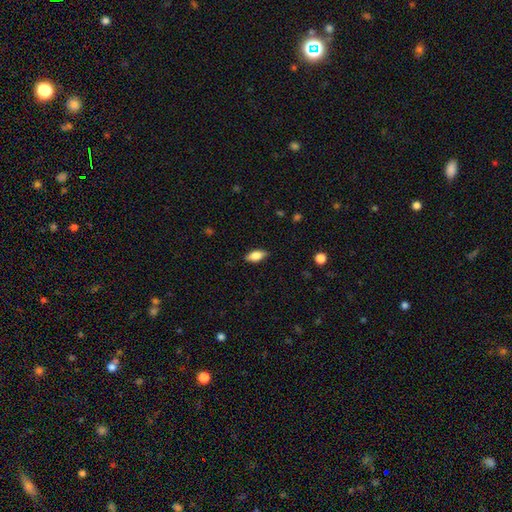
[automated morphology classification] smooth_or_featured: smooth (p=0.76) [alt: featured or disk p=0.16]
how_rounded: in between (p=0.86) [alt: cigar-shaped p=0.10]
merging: none (p=0.85) [alt: minor disturbance p=0.12]